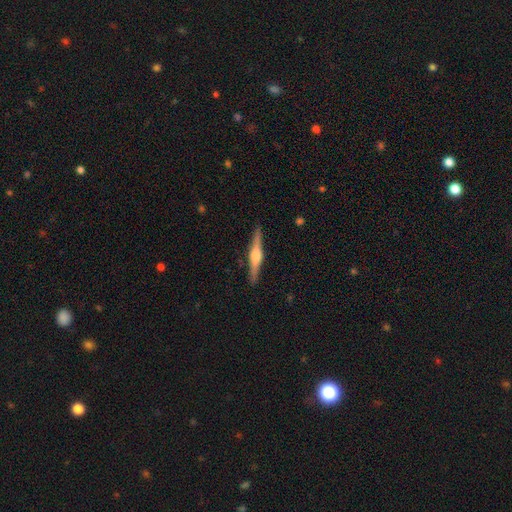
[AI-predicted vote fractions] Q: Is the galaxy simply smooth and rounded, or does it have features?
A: featured or disk — 75%.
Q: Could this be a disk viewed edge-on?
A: yes — 98%.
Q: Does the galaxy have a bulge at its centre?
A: rounded — 88%.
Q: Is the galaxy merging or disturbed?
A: none — 91%.